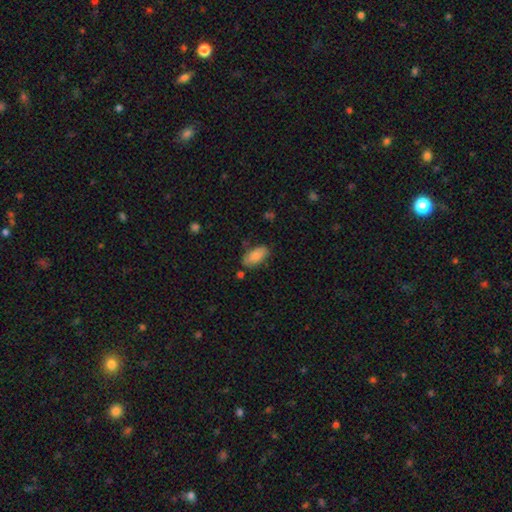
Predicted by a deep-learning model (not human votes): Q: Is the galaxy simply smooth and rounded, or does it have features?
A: smooth — 83%.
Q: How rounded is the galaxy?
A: in between — 92%.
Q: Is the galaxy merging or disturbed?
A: none — 77%.